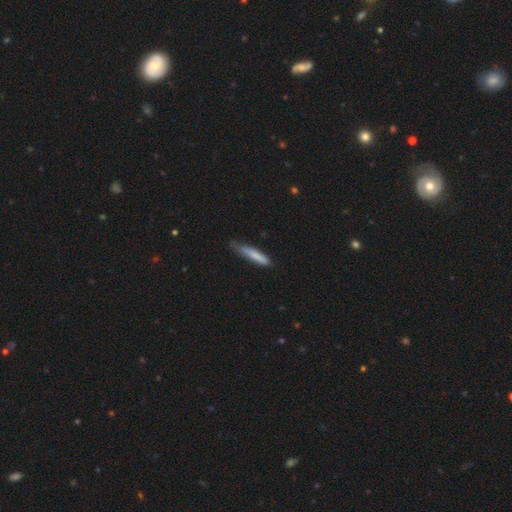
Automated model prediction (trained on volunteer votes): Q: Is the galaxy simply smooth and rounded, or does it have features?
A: smooth — 79%.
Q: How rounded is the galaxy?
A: cigar-shaped — 89%.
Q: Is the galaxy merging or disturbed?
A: none — 55%.